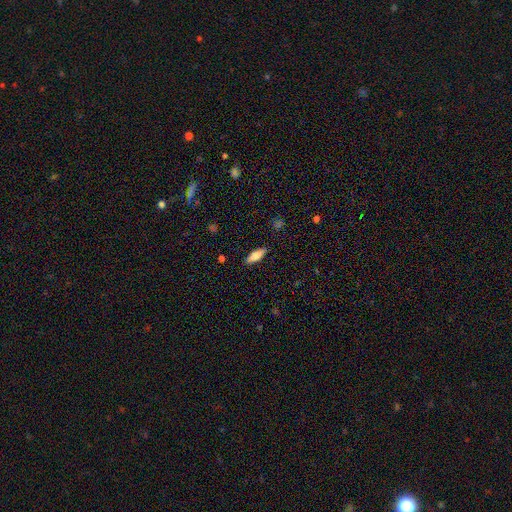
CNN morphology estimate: Smooth or featured? Predicted: smooth (p=0.78). How rounded? Predicted: in between (p=0.55). Merging? Predicted: none (p=0.88).